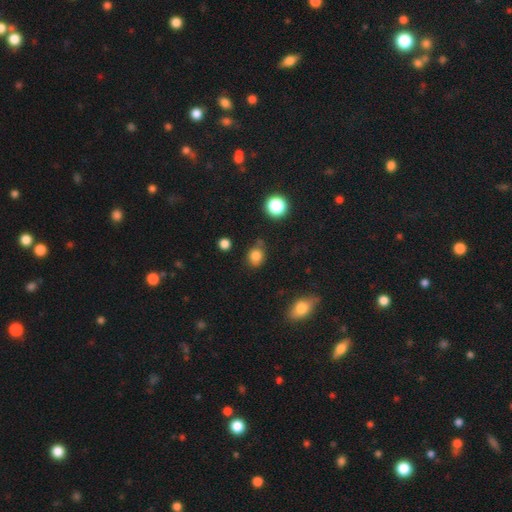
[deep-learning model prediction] Smooth or featured? smooth (82%)
How rounded? round (62%)
Merging? none (70%)